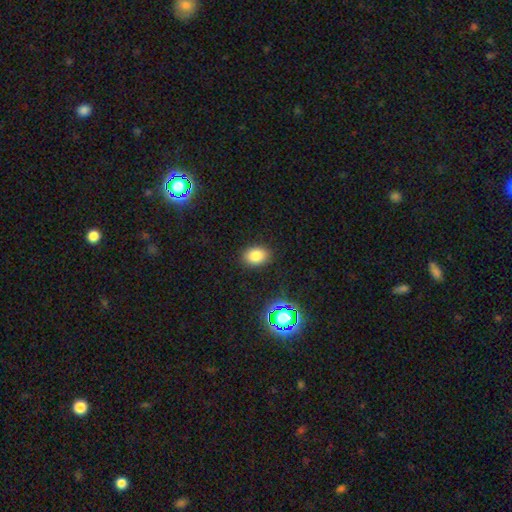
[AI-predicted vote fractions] Morphology: type=smooth (81%); roundness=in between (73%); merging=none (87%).